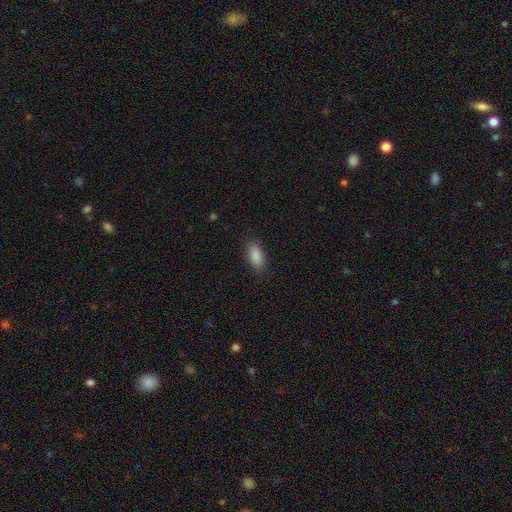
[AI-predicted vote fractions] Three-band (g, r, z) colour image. It shows a smooth galaxy with no disk features (89%) that is in between round and cigar-shaped (89%). Merging: none (85%).